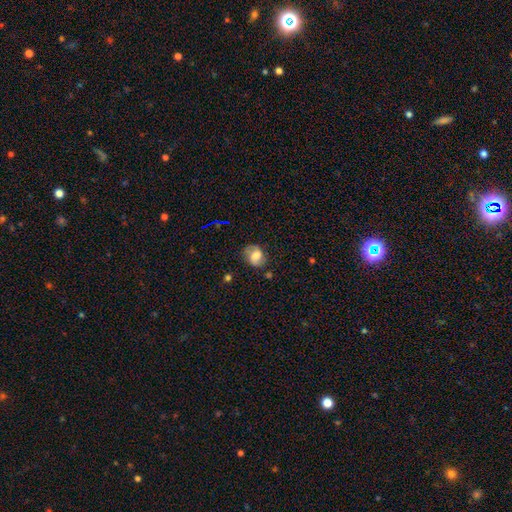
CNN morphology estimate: A smooth galaxy with no disk features (52%) that is round (57%).

Vote fractions:
- Smooth or featured? smooth: 52% / featured or disk: 38% / star or artifact: 10%
- How rounded? round: 57% / in between: 42% / cigar-shaped: 1%
- Merging? none: 72% / minor disturbance: 20% / major disturbance: 6% / merger: 2%